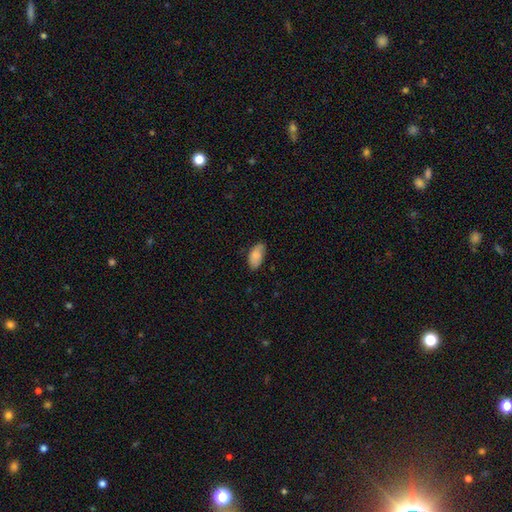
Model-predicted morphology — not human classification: Smooth or featured? smooth (81%)
How rounded? in between (94%)
Merging? none (72%)